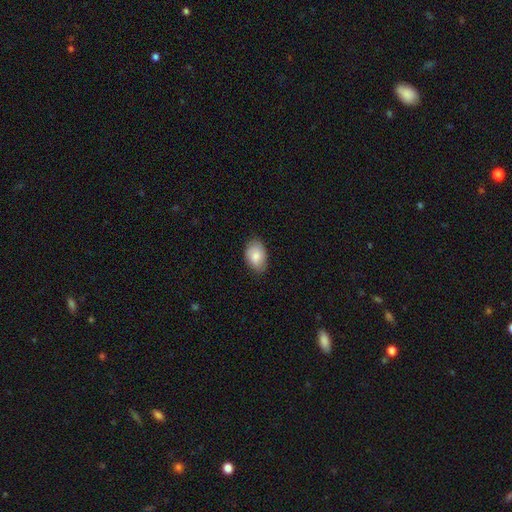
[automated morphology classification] This is likely a smooth galaxy (80%). How rounded: clearly in between (88%). Merging: likely none (78%).